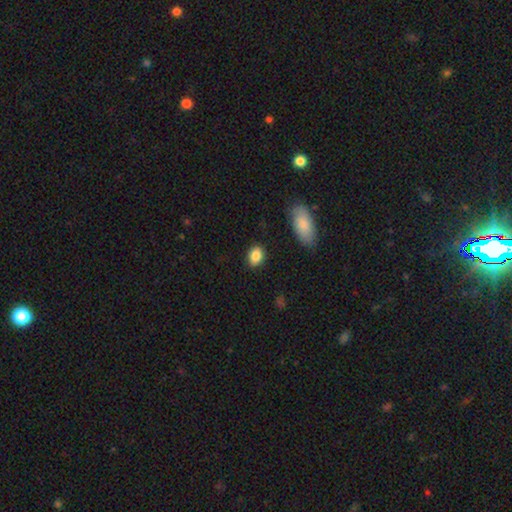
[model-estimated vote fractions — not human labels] smooth 86%, star or artifact 8%, featured or disk 6%. Down the decision tree: how rounded — in between (71%); merging — none (86%).